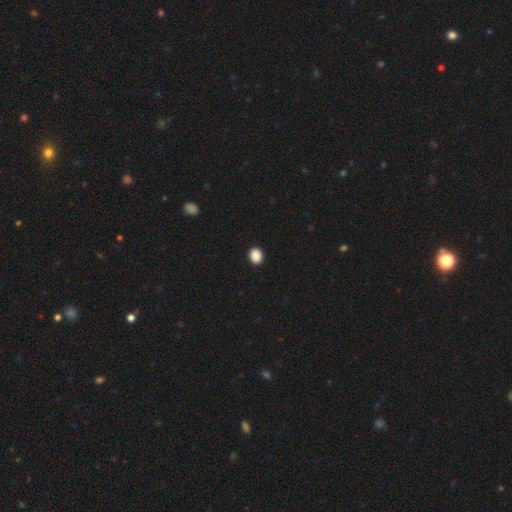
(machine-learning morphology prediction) Smooth or featured? Predicted: smooth (p=0.90). How rounded? Predicted: round (p=0.59). Merging? Predicted: none (p=0.93).